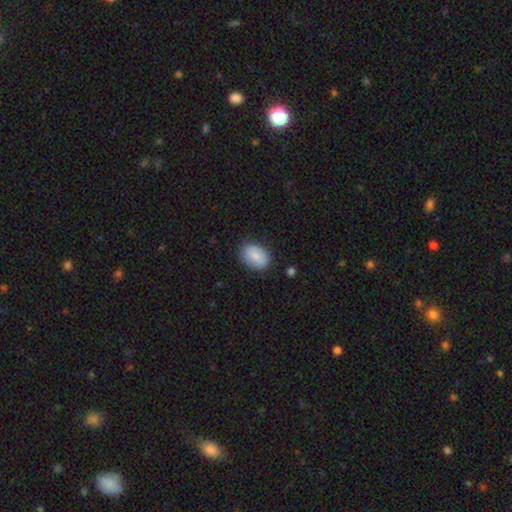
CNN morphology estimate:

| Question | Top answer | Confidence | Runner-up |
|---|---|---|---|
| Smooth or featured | smooth | 79% | featured or disk (14%) |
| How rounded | in between | 76% | round (23%) |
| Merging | none | 81% | minor disturbance (14%) |